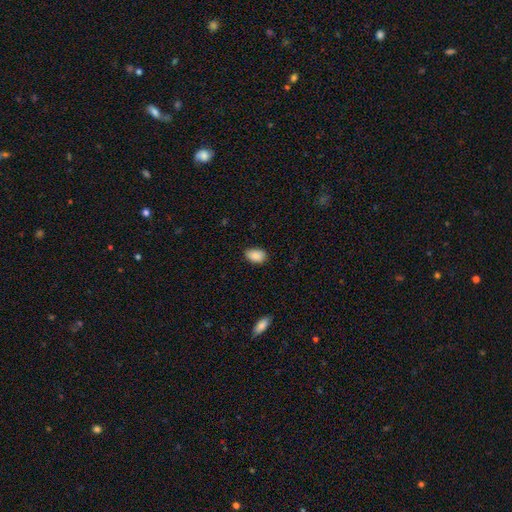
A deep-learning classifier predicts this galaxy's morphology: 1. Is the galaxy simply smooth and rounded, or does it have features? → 87% smooth, 7% star or artifact, 5% featured or disk.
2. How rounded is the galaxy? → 89% in between, 10% round, 1% cigar-shaped.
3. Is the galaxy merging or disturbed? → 82% none, 15% minor disturbance, 2% major disturbance, 1% merger.